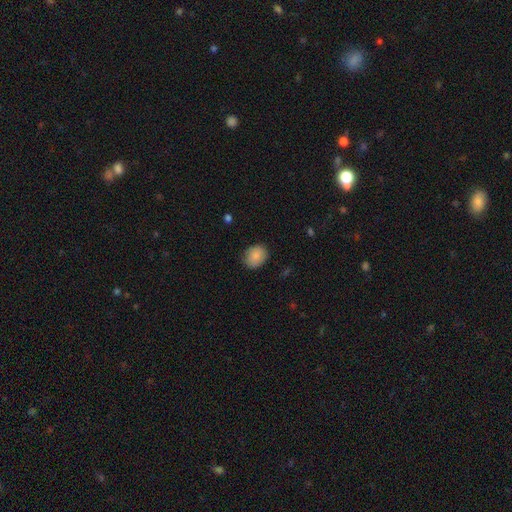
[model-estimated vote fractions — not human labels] Smooth or featured?
  - smooth: 87% *
  - star or artifact: 8%
  - featured or disk: 6%
How rounded?
  - round: 52% *
  - in between: 47%
  - cigar-shaped: 1%
Merging?
  - none: 83% *
  - minor disturbance: 13%
  - major disturbance: 3%
  - merger: 1%